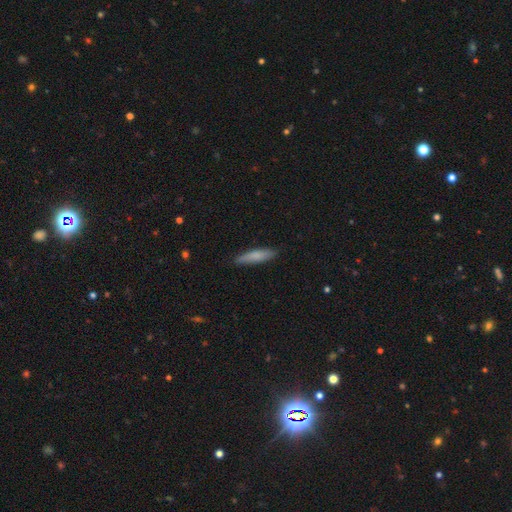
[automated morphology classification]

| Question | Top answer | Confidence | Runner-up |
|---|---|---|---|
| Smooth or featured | smooth | 76% | featured or disk (18%) |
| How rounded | cigar-shaped | 83% | in between (16%) |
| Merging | none | 87% | minor disturbance (10%) |